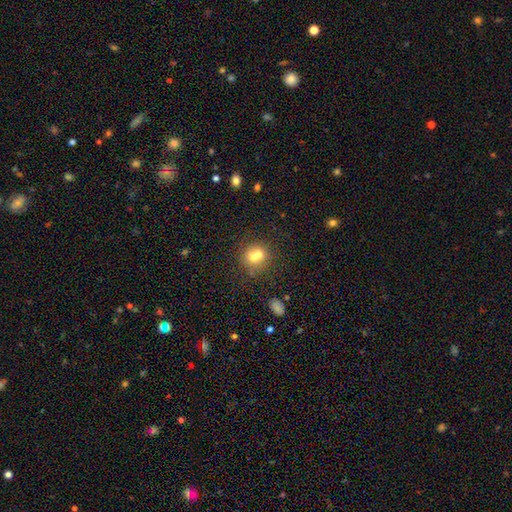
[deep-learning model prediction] Smooth or featured? smooth (65%)
How rounded? round (79%)
Merging? merger (52%)